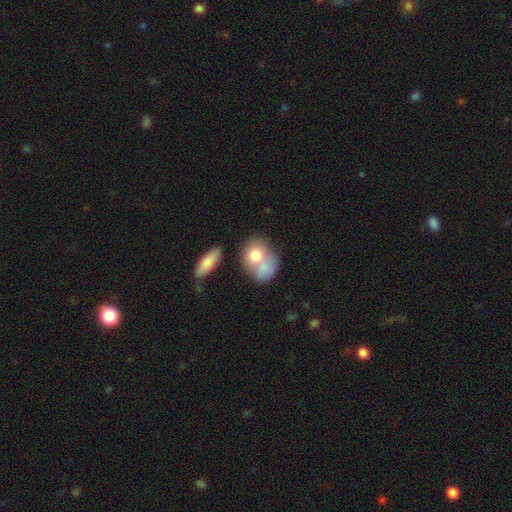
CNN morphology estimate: This is likely a smooth galaxy (70%). How rounded: possibly in between (50%). Merging: possibly merger (55%).